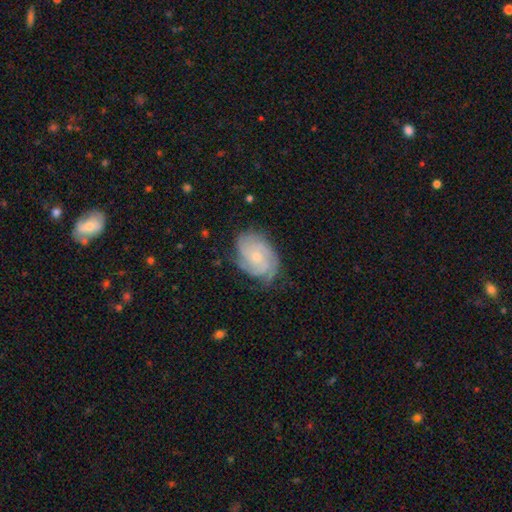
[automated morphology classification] featured or disk 82%, smooth 12%, star or artifact 6%. Down the decision tree: edge-on disk — no (98%); bar — no (73%); spiral arms — yes (97%); spiral arm count — 3 (29%); spiral winding — tight (65%); bulge size — small (65%); merging — none (73%).